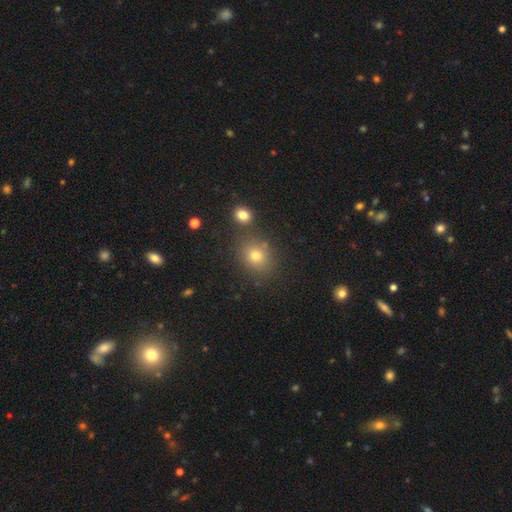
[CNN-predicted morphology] Smooth or featured? smooth (74%)
How rounded? round (63%)
Merging? none (75%)